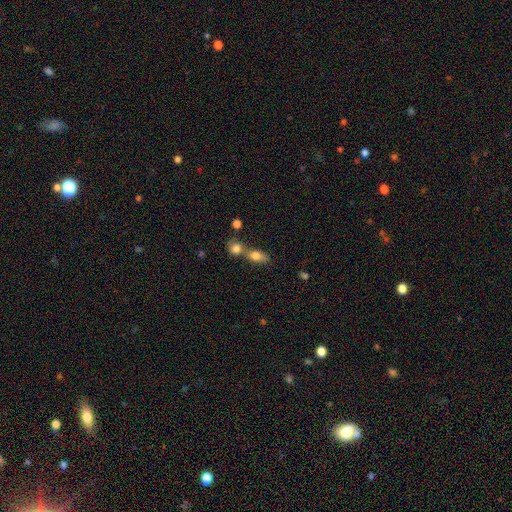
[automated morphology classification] Smooth or featured?
  - smooth: 77% *
  - featured or disk: 13%
  - star or artifact: 10%
How rounded?
  - in between: 68% *
  - round: 23%
  - cigar-shaped: 9%
Merging?
  - merger: 54% *
  - none: 32%
  - minor disturbance: 9%
  - major disturbance: 5%